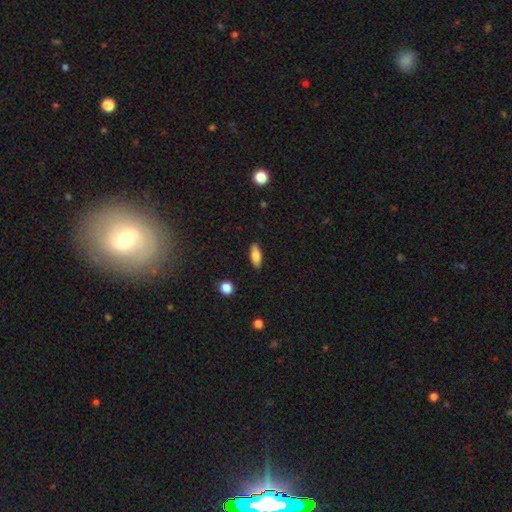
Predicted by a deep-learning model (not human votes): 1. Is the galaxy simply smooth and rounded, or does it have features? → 80% smooth, 13% featured or disk, 7% star or artifact.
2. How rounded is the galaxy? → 77% in between, 20% cigar-shaped, 3% round.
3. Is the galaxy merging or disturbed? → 88% none, 9% minor disturbance, 2% major disturbance, 1% merger.